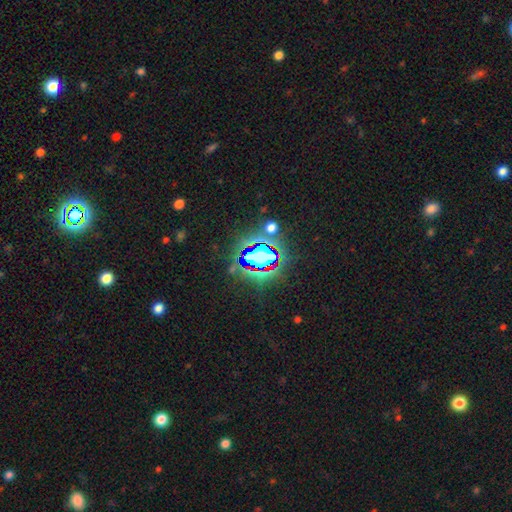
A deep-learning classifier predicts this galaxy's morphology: A star or artifact, not a galaxy (82%).

Vote fractions:
- Smooth or featured? star or artifact: 82% / smooth: 11% / featured or disk: 7%